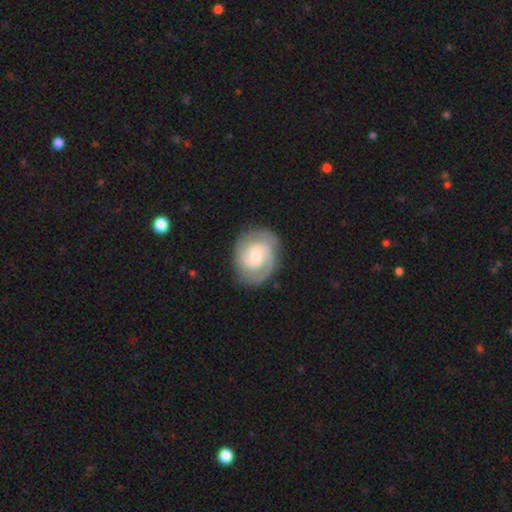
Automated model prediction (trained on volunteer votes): featured or disk 81%, smooth 15%, star or artifact 5%. Down the decision tree: edge-on disk — no (98%); bar — no (53%); spiral arms — yes (95%); spiral arm count — 2 (54%); spiral winding — tight (53%); bulge size — small (49%); merging — none (78%).